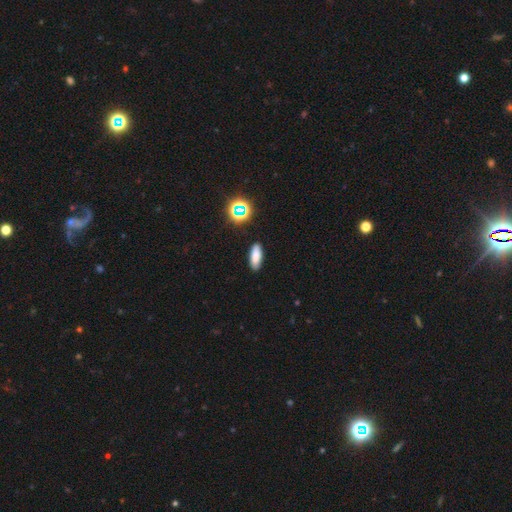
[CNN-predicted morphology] smooth 81%, star or artifact 12%, featured or disk 7%. Down the decision tree: how rounded — in between (72%); merging — none (87%).